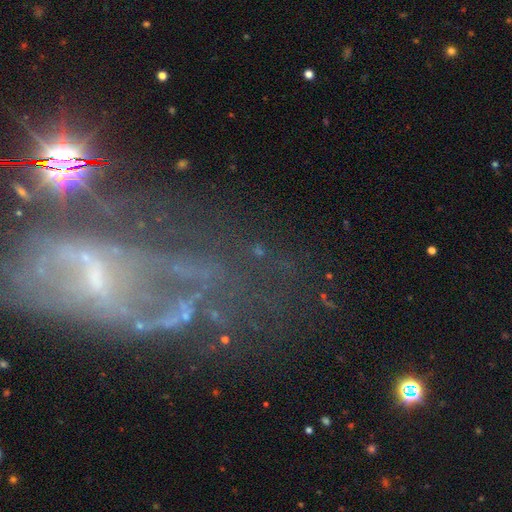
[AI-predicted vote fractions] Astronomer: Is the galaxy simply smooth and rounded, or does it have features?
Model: featured or disk — 64%.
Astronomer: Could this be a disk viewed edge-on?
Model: no — 90%.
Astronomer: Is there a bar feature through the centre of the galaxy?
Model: no — 41% (runner-up: weak, 35%).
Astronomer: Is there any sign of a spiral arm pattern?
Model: no — 55% (runner-up: yes, 45%).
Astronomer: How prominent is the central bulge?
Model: small — 47% (runner-up: none, 30%).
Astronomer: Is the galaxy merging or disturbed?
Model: none — 39% (runner-up: major disturbance, 35%).